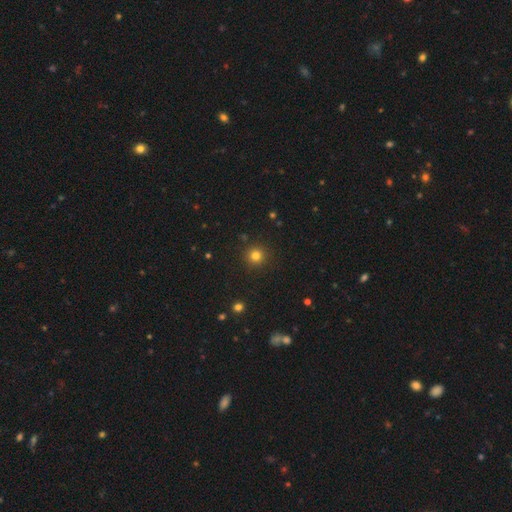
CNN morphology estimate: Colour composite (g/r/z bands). It shows a smooth galaxy with no disk features (79%) that is round (95%). Merging: none (91%).